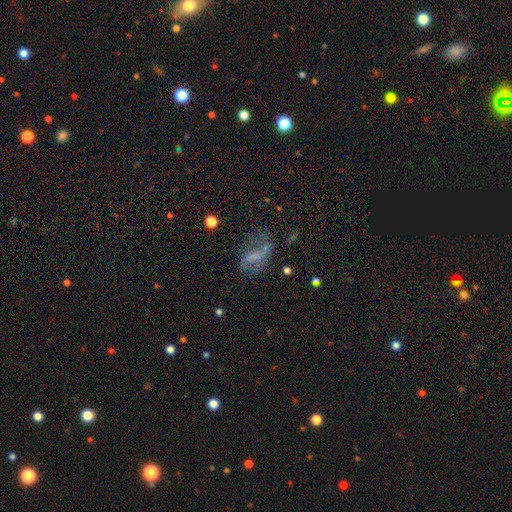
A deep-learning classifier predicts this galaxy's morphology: This is possibly a featured or disk galaxy (57%). It is clearly not viewed edge-on (94%). Bar: marginally no (39%). Spiral arm pattern: possibly yes (60%). Central bulge: possibly none (53%). Merging: marginally none (41%).